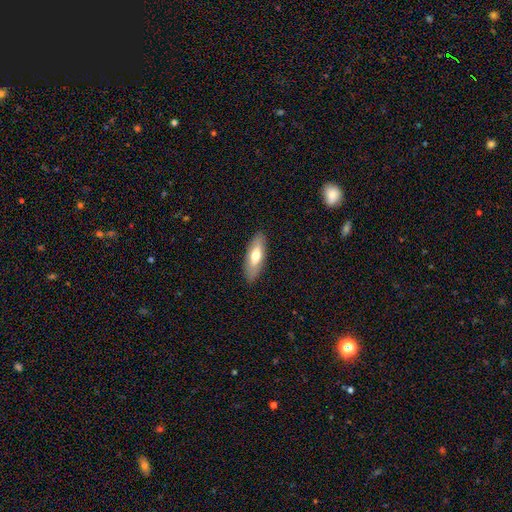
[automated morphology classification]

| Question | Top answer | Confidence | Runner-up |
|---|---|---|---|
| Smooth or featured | smooth | 61% | featured or disk (33%) |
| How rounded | in between | 64% | cigar-shaped (33%) |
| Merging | none | 88% | minor disturbance (9%) |